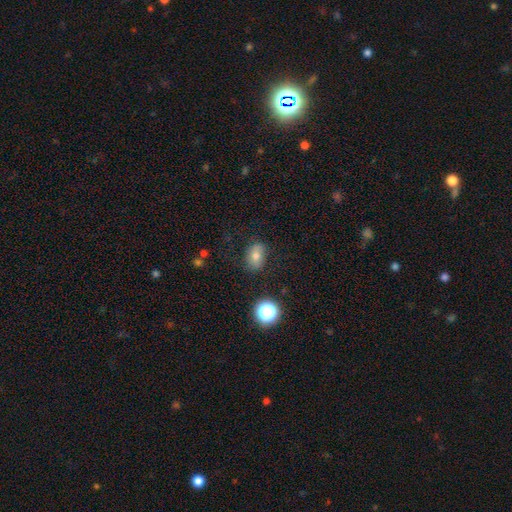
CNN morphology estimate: smooth_or_featured: smooth (p=0.69) [alt: featured or disk p=0.16]
how_rounded: in between (p=0.70) [alt: round p=0.28]
merging: none (p=0.78) [alt: minor disturbance p=0.16]